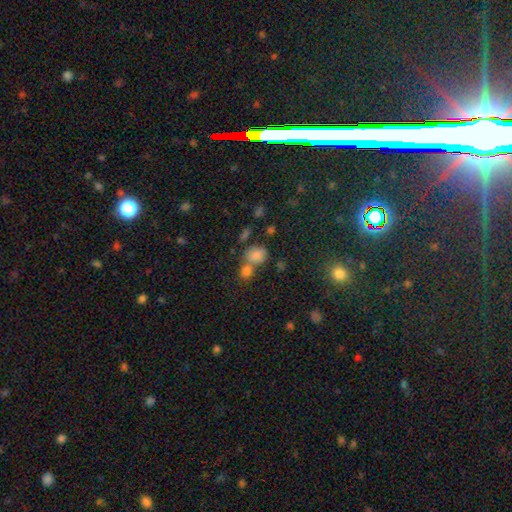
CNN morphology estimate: Q: Smooth or featured?
A: smooth (74%); runner-up: star or artifact (18%)
Q: How rounded?
A: round (54%); runner-up: in between (44%)
Q: Merging?
A: none (49%); runner-up: merger (35%)